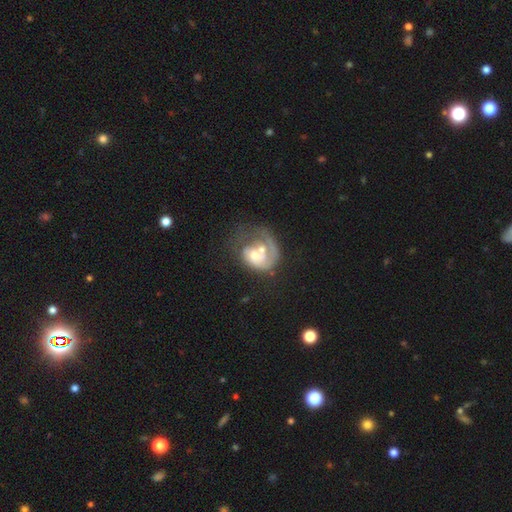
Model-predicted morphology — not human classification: Overall: featured or disk (70%). Edge-on disk: no (98%). Bar: no (75%). Spiral arms: yes (74%). Spiral arm count: 1 (75%). Spiral winding: tight (39%; medium 32%). Bulge size: moderate (51%; small 28%). Merging: major disturbance (32%; none 29%).